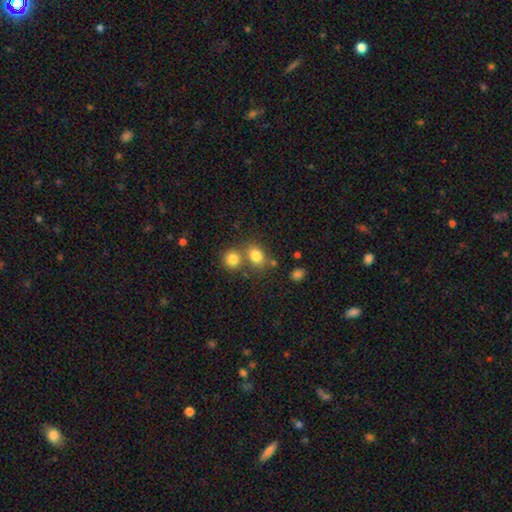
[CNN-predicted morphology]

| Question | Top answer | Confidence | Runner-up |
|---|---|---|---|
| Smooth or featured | smooth | 80% | star or artifact (12%) |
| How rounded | in between | 53% | round (46%) |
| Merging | none | 51% | merger (35%) |